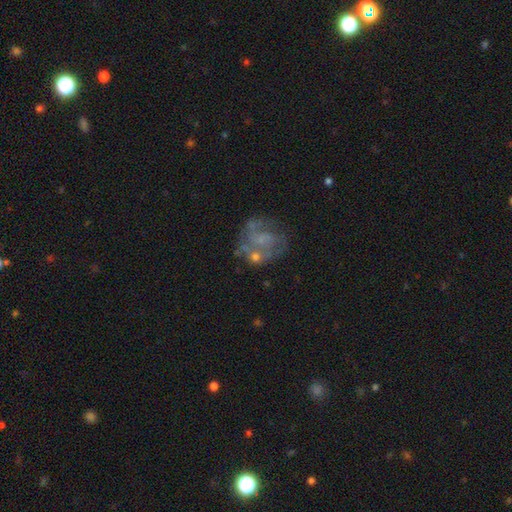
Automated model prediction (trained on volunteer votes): This is likely a featured or disk galaxy (65%). It is clearly not viewed edge-on (98%). Bar: likely no (75%). Spiral arm pattern: possibly yes (54%). Central bulge: possibly none (45%). Merging: possibly none (47%).